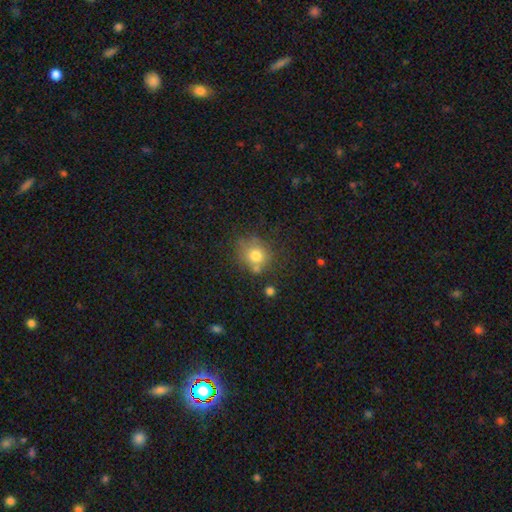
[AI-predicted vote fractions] Overall: smooth (75%). How rounded: round (78%). Merging: none (61%).